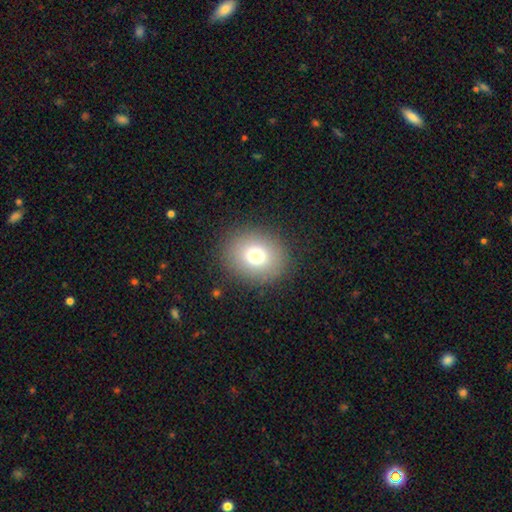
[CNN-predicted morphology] Q: Smooth or featured?
A: smooth (75%); runner-up: star or artifact (13%)
Q: How rounded?
A: round (63%); runner-up: in between (37%)
Q: Merging?
A: none (88%); runner-up: minor disturbance (7%)